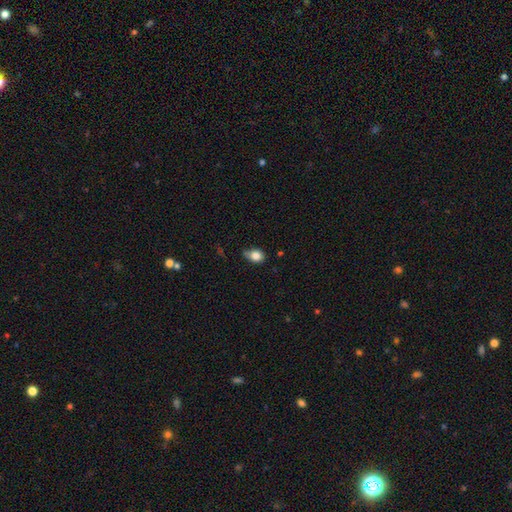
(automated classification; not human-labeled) smooth-or-featured: smooth: 83% | star or artifact: 9% | featured or disk: 8%
  how-rounded: in between: 68% | round: 30% | cigar-shaped: 2%
  merging: none: 53% | minor disturbance: 37% | major disturbance: 7% | merger: 3%